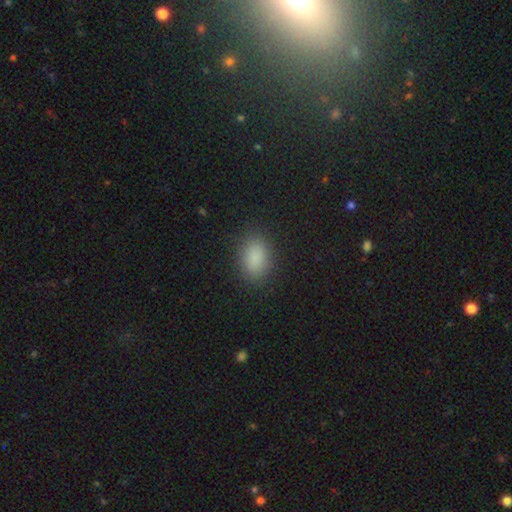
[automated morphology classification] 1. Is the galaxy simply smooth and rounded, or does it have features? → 87% smooth, 9% star or artifact, 3% featured or disk.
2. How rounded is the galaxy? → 85% in between, 13% round, 2% cigar-shaped.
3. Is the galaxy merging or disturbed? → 87% none, 9% minor disturbance, 3% major disturbance, 1% merger.